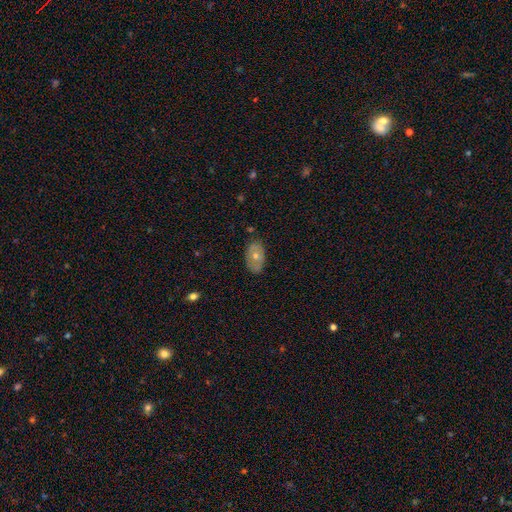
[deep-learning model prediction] smooth 59%, featured or disk 34%, star or artifact 7%. Down the decision tree: how rounded — in between (90%); merging — none (77%).